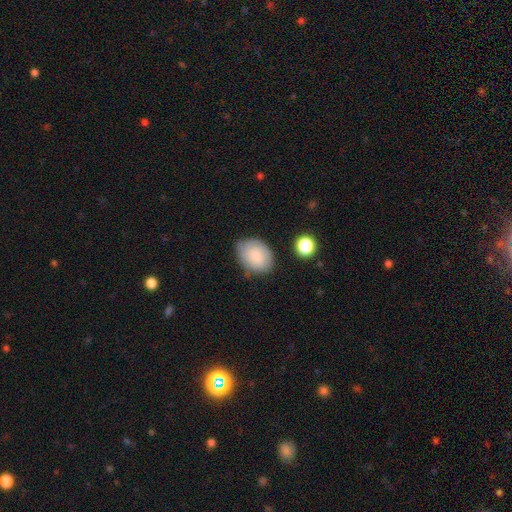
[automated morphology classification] Smooth or featured? smooth (76%)
How rounded? in between (72%)
Merging? none (68%)